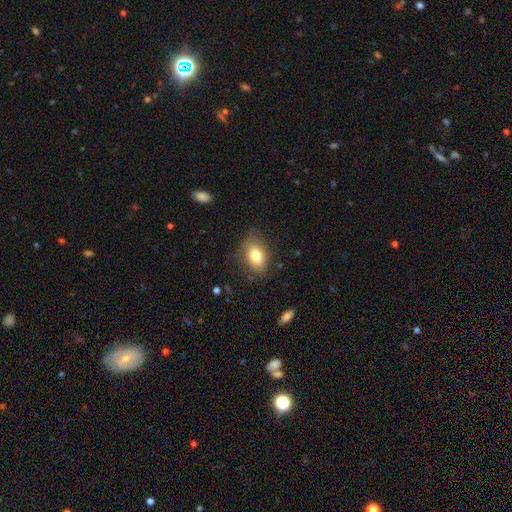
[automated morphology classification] smooth-or-featured: smooth: 78% | featured or disk: 13% | star or artifact: 9%
  how-rounded: in between: 81% | round: 18% | cigar-shaped: 2%
  merging: none: 77% | minor disturbance: 17% | major disturbance: 5% | merger: 1%